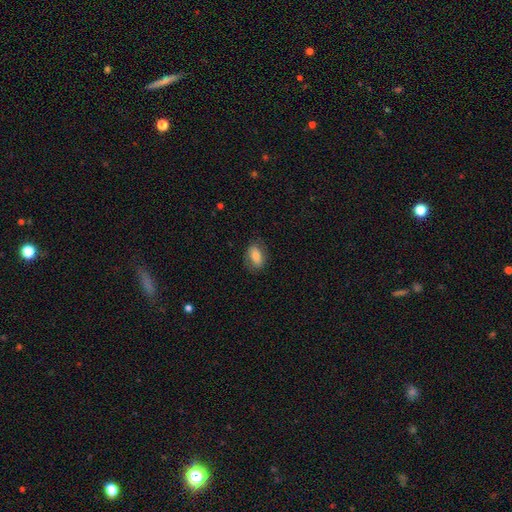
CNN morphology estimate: A smooth galaxy with no disk features (72%) that is in between round and cigar-shaped (86%). Merging: none (78%).